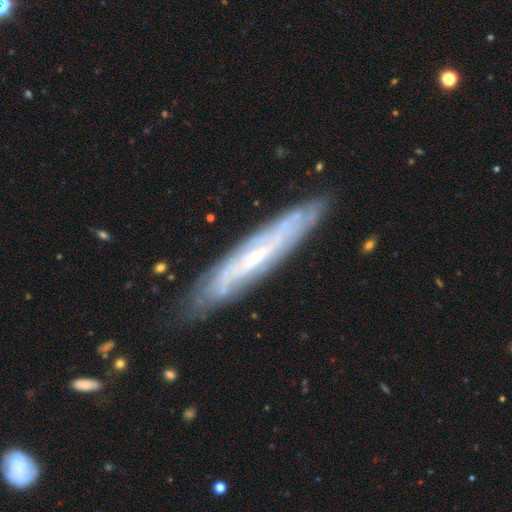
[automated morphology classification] Smooth or featured?
  - featured or disk: 76% *
  - smooth: 18%
  - star or artifact: 6%
Edge-on disk?
  - no: 50% * (tied)
  - yes: 50% * (tied)
Merging?
  - none: 82% *
  - minor disturbance: 14%
  - major disturbance: 3%
  - merger: 2%